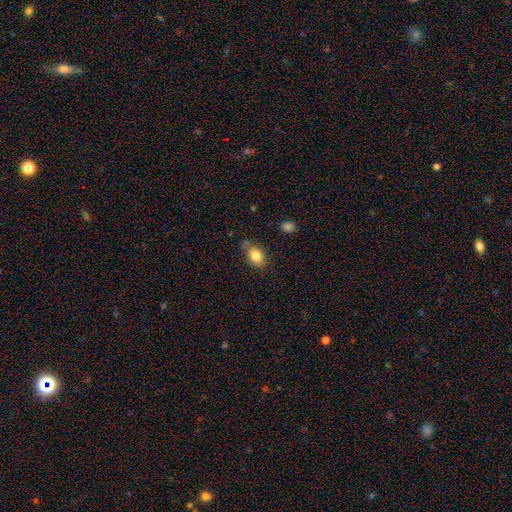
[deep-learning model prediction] Smooth or featured?
  - smooth: 83% *
  - star or artifact: 9%
  - featured or disk: 8%
How rounded?
  - in between: 73% *
  - round: 25%
  - cigar-shaped: 1%
Merging?
  - none: 72% *
  - minor disturbance: 19%
  - merger: 5%
  - major disturbance: 4%